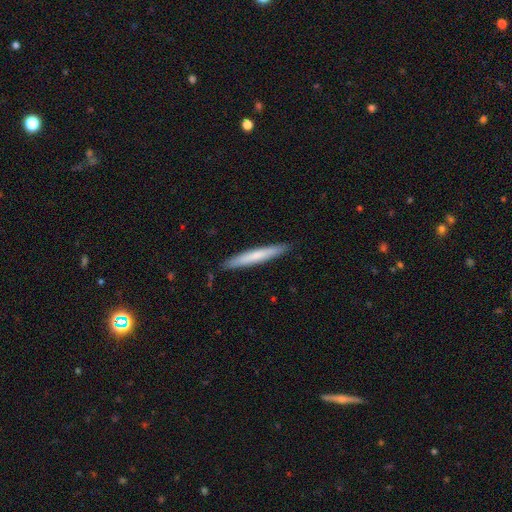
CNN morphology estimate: Smooth or featured? smooth (68%)
How rounded? cigar-shaped (96%)
Merging? none (90%)